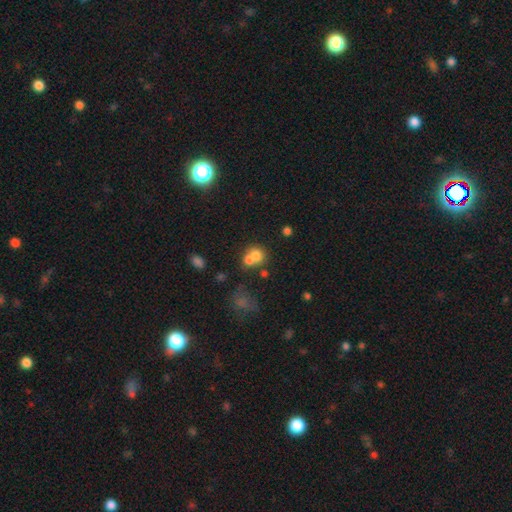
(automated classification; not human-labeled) Smooth or featured? smooth (71%)
How rounded? round (76%)
Merging? merger (56%)